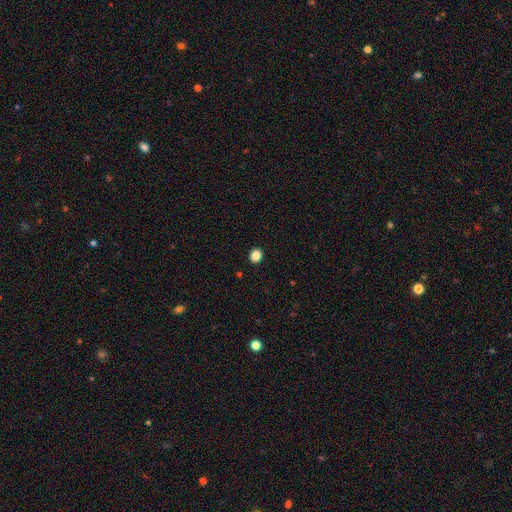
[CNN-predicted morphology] Overall: smooth (86%). How rounded: round (71%). Merging: none (93%).